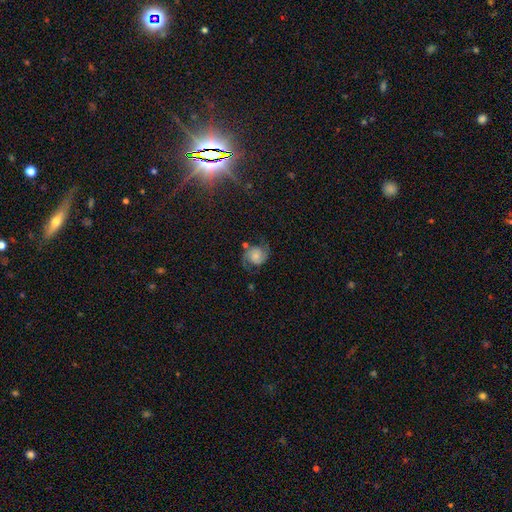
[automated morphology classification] Smooth or featured? Predicted: featured or disk (p=0.82). Edge-on disk? Predicted: no (p=0.98). Bar? Predicted: no (p=0.69). Spiral arms? Predicted: yes (p=0.97). Spiral winding? Predicted: medium (p=0.53). Spiral arm count? Predicted: 2 (p=0.93). Bulge size? Predicted: small (p=0.48). Merging? Predicted: none (p=0.73).